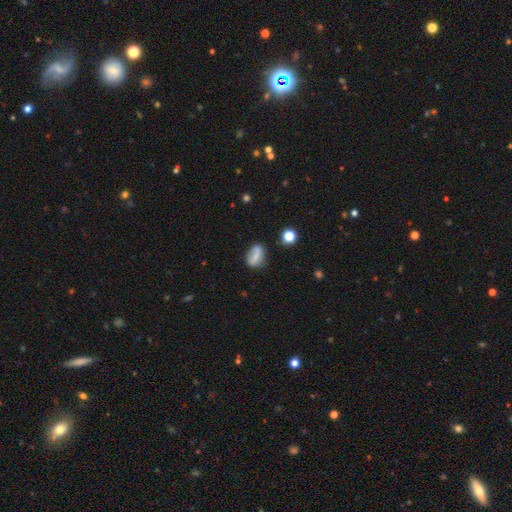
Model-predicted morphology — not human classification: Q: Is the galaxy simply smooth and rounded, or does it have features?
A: smooth — 63%.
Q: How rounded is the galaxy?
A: in between — 72%.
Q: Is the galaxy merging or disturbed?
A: none — 63%.